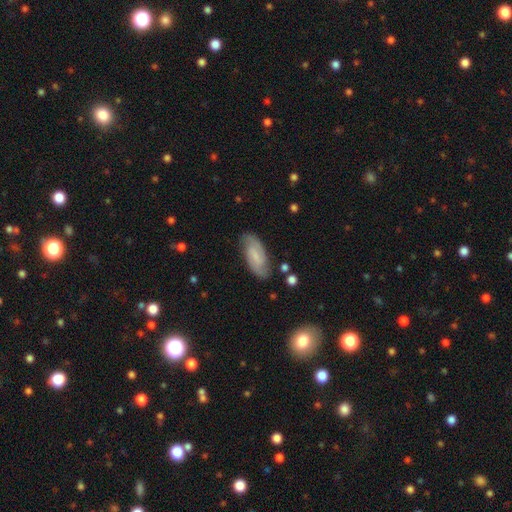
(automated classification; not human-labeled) Q: Smooth or featured?
A: featured or disk (51%); runner-up: smooth (42%)
Q: Edge-on disk?
A: no (91%); runner-up: yes (9%)
Q: Merging?
A: none (81%); runner-up: minor disturbance (14%)